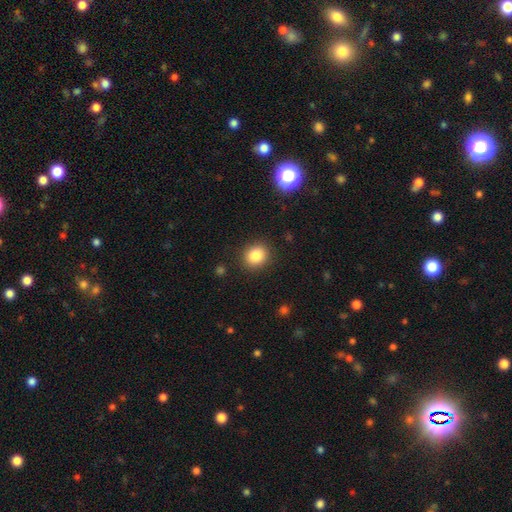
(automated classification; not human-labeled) Smooth or featured? Predicted: smooth (p=0.84). How rounded? Predicted: round (p=0.74). Merging? Predicted: none (p=0.89).